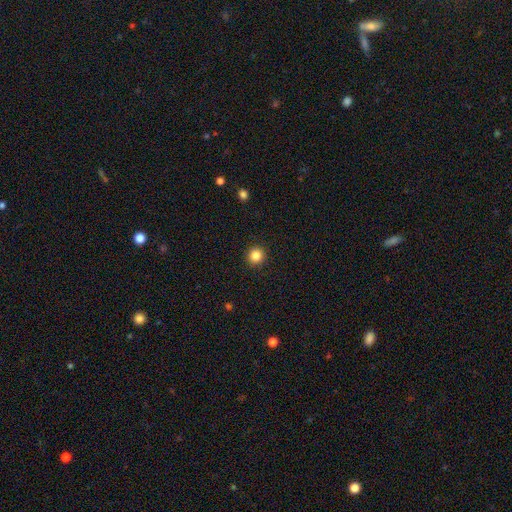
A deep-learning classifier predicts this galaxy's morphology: smooth_or_featured: smooth (p=0.85) [alt: star or artifact p=0.11]
how_rounded: round (p=0.94) [alt: in between p=0.05]
merging: none (p=0.93) [alt: minor disturbance p=0.05]